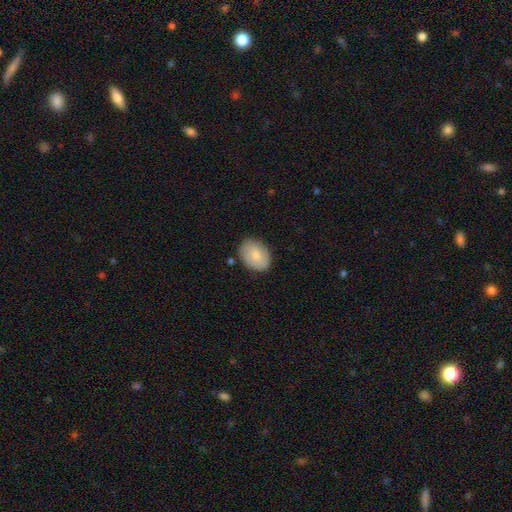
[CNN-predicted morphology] Smooth or featured: smooth — 78% (featured or disk — 16%)
How rounded: in between — 75% (round — 24%)
Merging: none — 80% (minor disturbance — 15%)